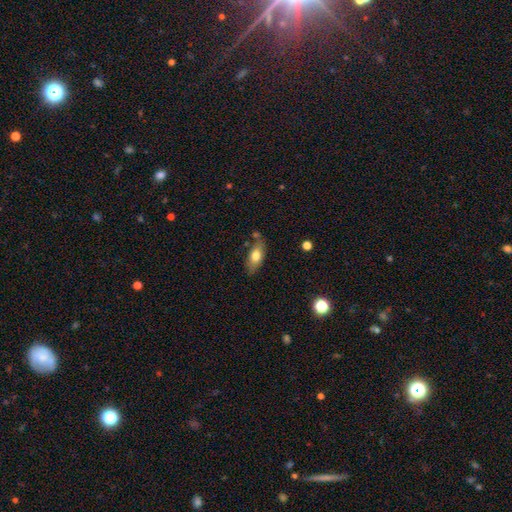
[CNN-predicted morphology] This appears to be a smooth galaxy with no disk features (71%) that is in between round and cigar-shaped (83%). Merging: none (70%).